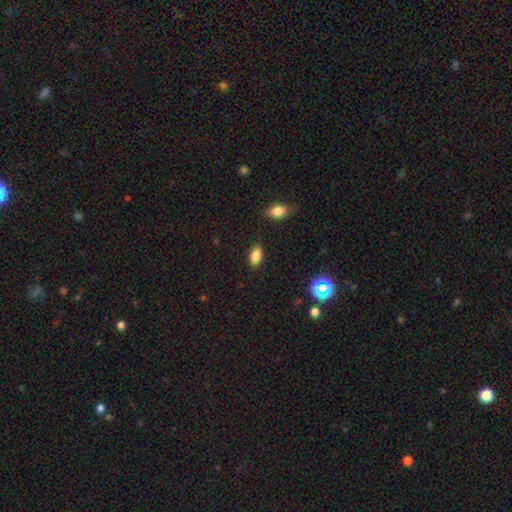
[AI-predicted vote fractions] Smooth or featured?
  - smooth: 82% *
  - star or artifact: 10%
  - featured or disk: 8%
How rounded?
  - in between: 89% *
  - round: 6%
  - cigar-shaped: 5%
Merging?
  - none: 86% *
  - minor disturbance: 10%
  - major disturbance: 2%
  - merger: 2%